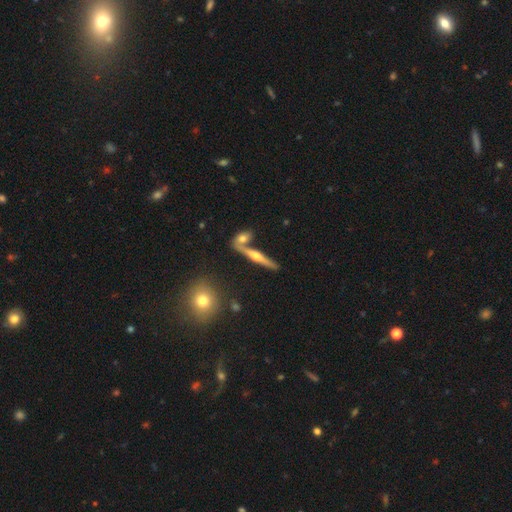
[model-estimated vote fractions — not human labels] Smooth or featured? Predicted: featured or disk (p=0.71). Edge-on disk? Predicted: yes (p=0.95). Edge-on bulge? Predicted: rounded (p=0.91). Merging? Predicted: none (p=0.72).